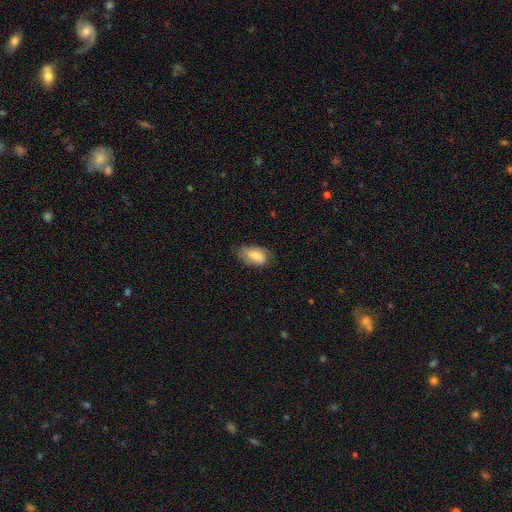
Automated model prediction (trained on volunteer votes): smooth-or-featured: smooth: 67% | featured or disk: 26% | star or artifact: 7%
  how-rounded: in between: 91% | cigar-shaped: 5% | round: 4%
  merging: none: 62% | minor disturbance: 28% | major disturbance: 9% | merger: 1%